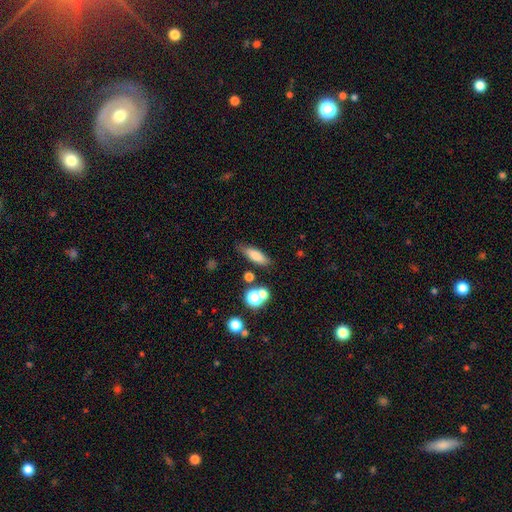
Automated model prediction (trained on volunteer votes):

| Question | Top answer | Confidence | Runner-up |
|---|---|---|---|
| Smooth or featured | smooth | 75% | featured or disk (15%) |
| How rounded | in between | 50% | cigar-shaped (45%) |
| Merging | none | 73% | minor disturbance (15%) |